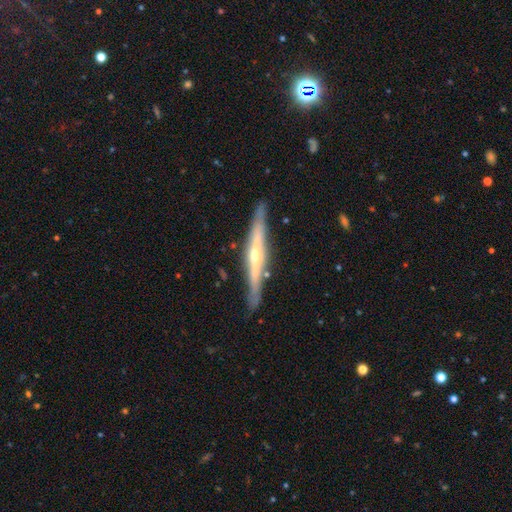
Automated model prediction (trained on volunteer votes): Morphology: type=featured or disk (78%); edge-on=yes (96%); edge-on bulge=rounded (82%); merging=none (86%).